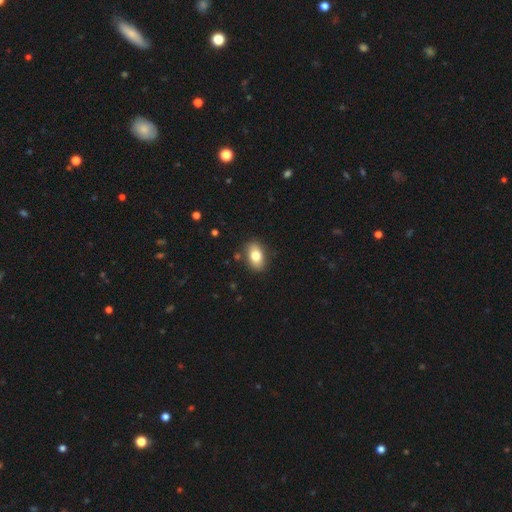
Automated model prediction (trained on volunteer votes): Smooth or featured? Predicted: smooth (p=0.79). How rounded? Predicted: in between (p=0.87). Merging? Predicted: none (p=0.84).